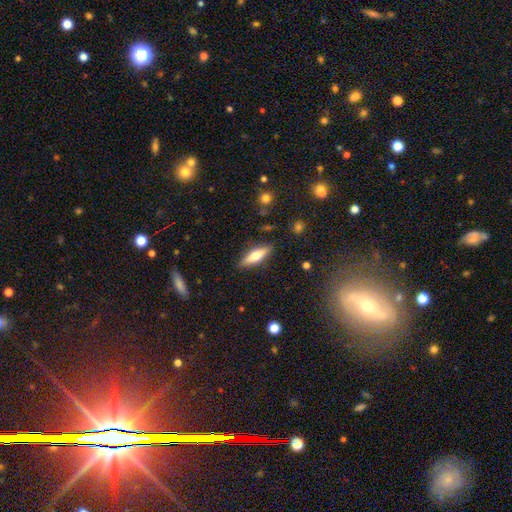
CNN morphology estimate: smooth 58%, featured or disk 35%, star or artifact 7%. Down the decision tree: how rounded — cigar-shaped (58%); merging — none (87%).